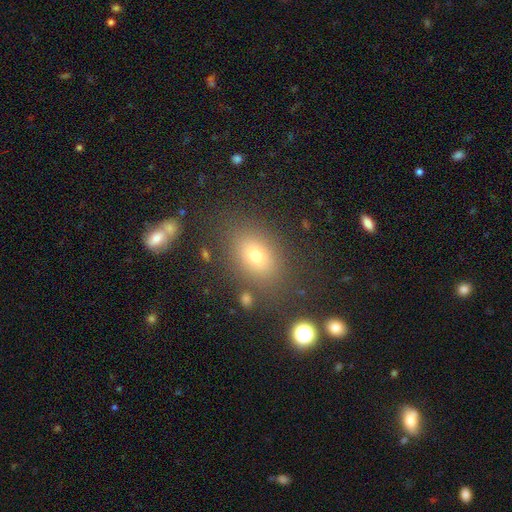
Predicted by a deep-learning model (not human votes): This appears to be a smooth galaxy with no disk features (69%) that is in between round and cigar-shaped (69%). Merging: none (81%).